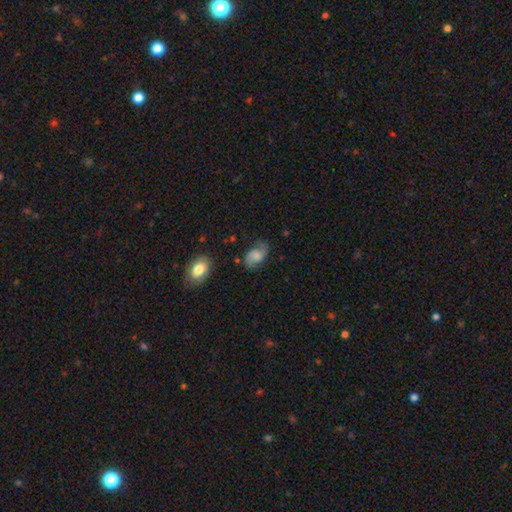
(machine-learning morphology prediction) Overall: featured or disk (54%; smooth 37%). Edge-on disk: no (97%). Bar: no (60%; weak 34%). Spiral arms: yes (91%). Bulge size: moderate (33%; small 28%). Merging: none (63%; minor disturbance 24%).